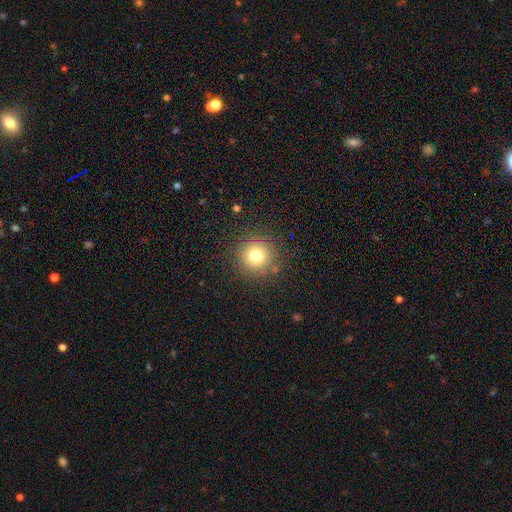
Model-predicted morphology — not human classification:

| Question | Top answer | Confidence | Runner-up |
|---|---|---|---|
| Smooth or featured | smooth | 77% | star or artifact (14%) |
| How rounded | round | 95% | in between (4%) |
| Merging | none | 87% | minor disturbance (8%) |